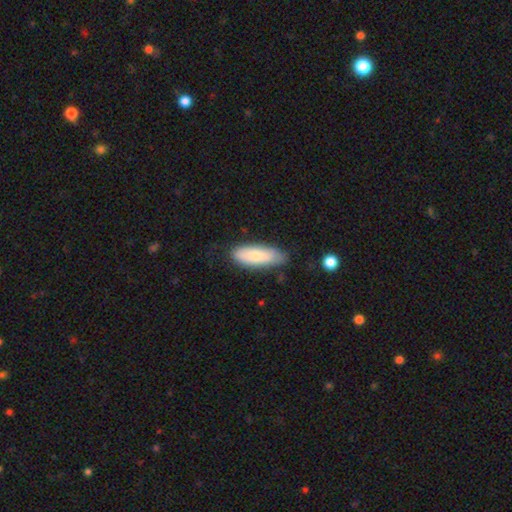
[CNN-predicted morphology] Q: Smooth or featured?
A: smooth (75%); runner-up: featured or disk (19%)
Q: How rounded?
A: in between (66%); runner-up: cigar-shaped (32%)
Q: Merging?
A: none (74%); runner-up: minor disturbance (20%)